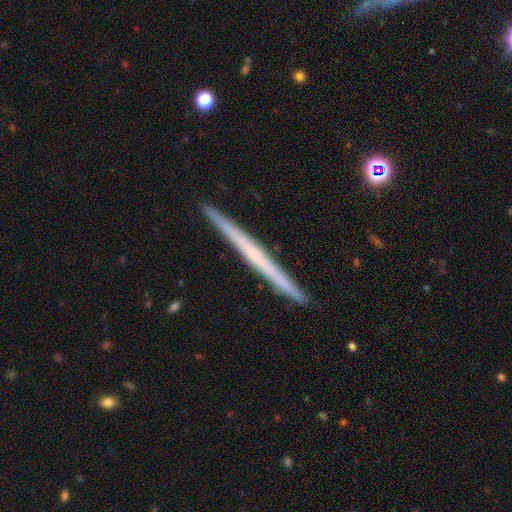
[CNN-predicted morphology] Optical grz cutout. It shows a featured or disk galaxy (61%) viewed edge-on (98%) with no central bulge (82%). Merging: none (92%).